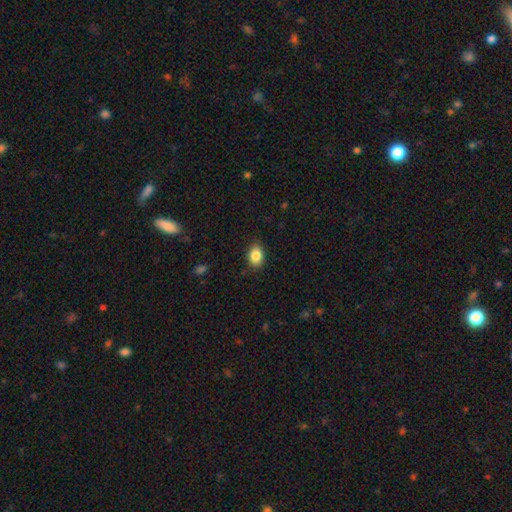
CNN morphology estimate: A smooth galaxy with no disk features (86%) that is in between round and cigar-shaped (79%).

Vote fractions:
- Smooth or featured? smooth: 86% / star or artifact: 8% / featured or disk: 6%
- How rounded? in between: 79% / round: 20% / cigar-shaped: 1%
- Merging? none: 86% / minor disturbance: 10% / major disturbance: 2% / merger: 1%